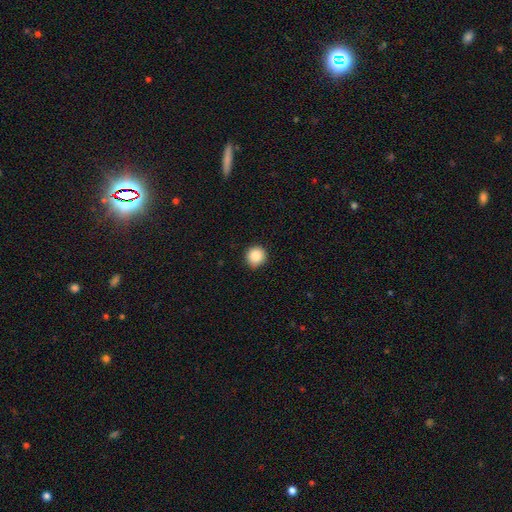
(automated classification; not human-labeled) The model was most divided on "smooth or featured": smooth: 88%, star or artifact: 9%, featured or disk: 3%. More confident: how rounded — round (94%); merging — none (88%).